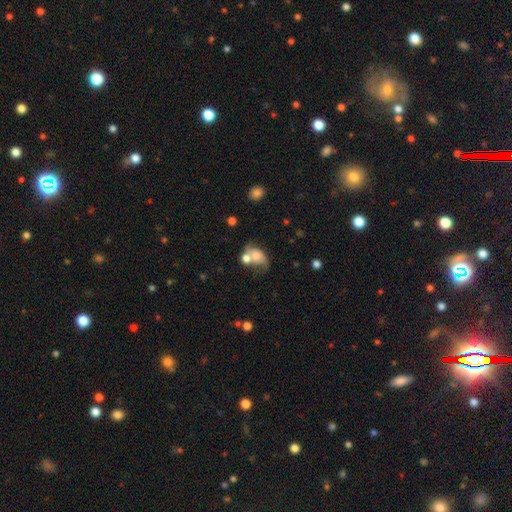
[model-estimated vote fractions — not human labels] Smooth or featured? Predicted: smooth (p=0.46). Merging? Predicted: merger (p=0.39).